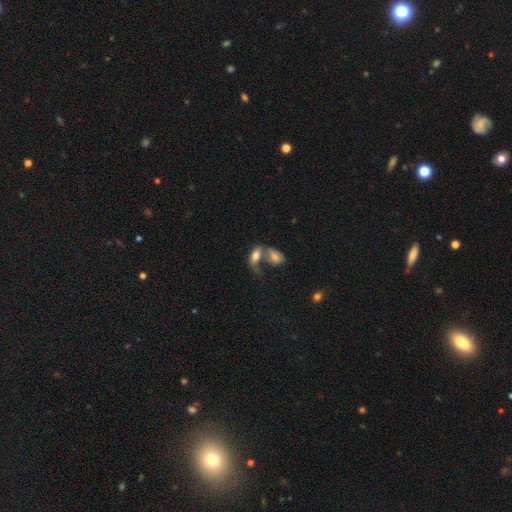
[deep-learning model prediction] The model was most divided on "merging": merger: 56%, none: 24%, minor disturbance: 11%, major disturbance: 9%. More confident: how rounded — in between (85%); smooth or featured — smooth (68%).